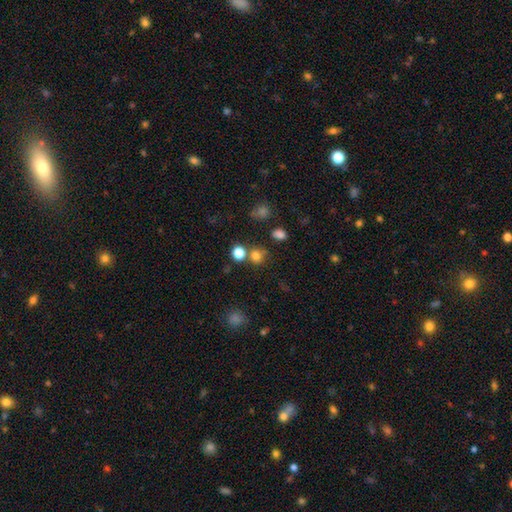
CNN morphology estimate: The model was most divided on "merging": none: 66%, merger: 19%, minor disturbance: 10%, major disturbance: 4%. More confident: how rounded — round (83%); smooth or featured — smooth (77%).